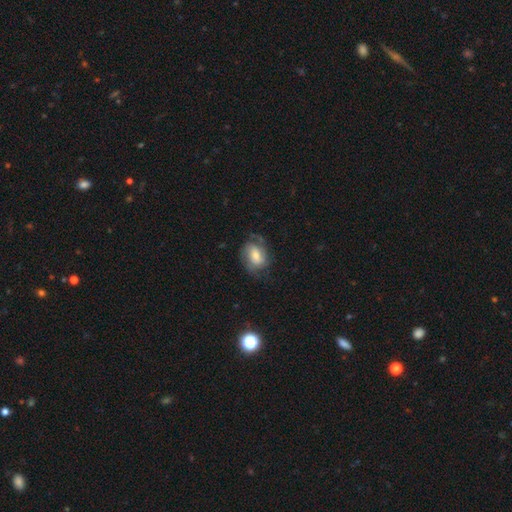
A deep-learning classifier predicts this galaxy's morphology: type=featured or disk (63%); edge-on=no (97%); bar=no (46%); spiral arms=yes (90%); winding=medium (45%); arm count=2 (51%); bulge=moderate (48%); merging=none (61%).